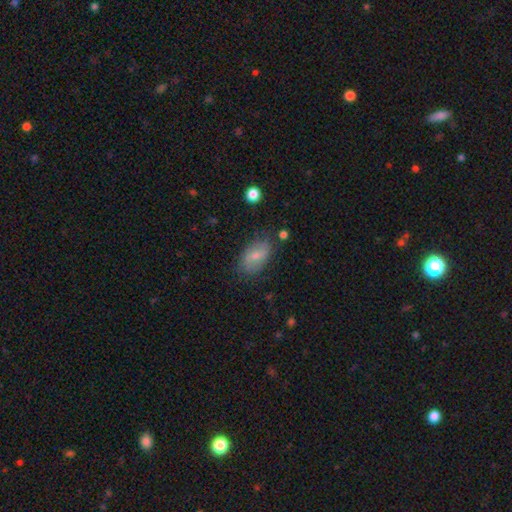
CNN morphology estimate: The model was most divided on "smooth or featured": smooth: 64%, featured or disk: 29%, star or artifact: 8%. More confident: how rounded — in between (91%); merging — none (72%).